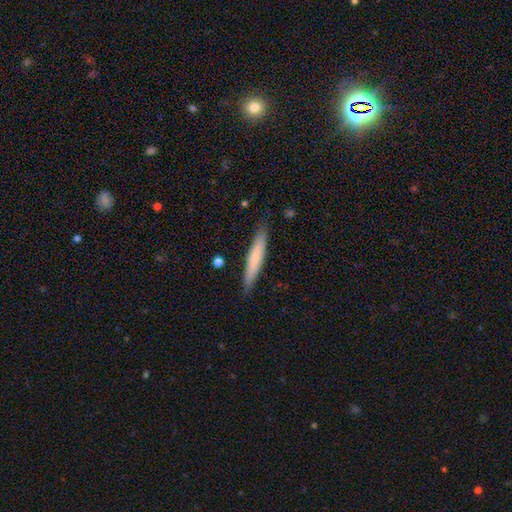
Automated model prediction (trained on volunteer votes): Smooth or featured: smooth — 68% (featured or disk — 26%)
How rounded: cigar-shaped — 93% (in between — 5%)
Merging: none — 88% (minor disturbance — 9%)